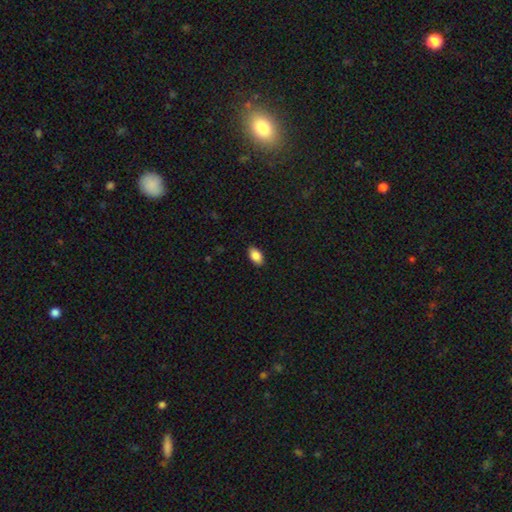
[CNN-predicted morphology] type=smooth (87%); roundness=in between (93%); merging=none (89%).